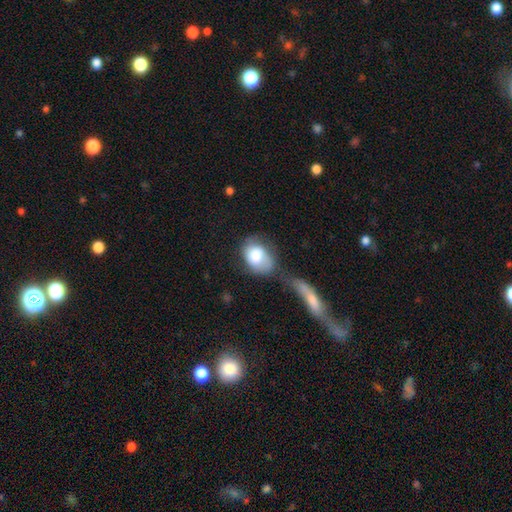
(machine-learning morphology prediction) smooth 69%, featured or disk 24%, star or artifact 6%. Down the decision tree: how rounded — in between (69%); merging — merger (31%).